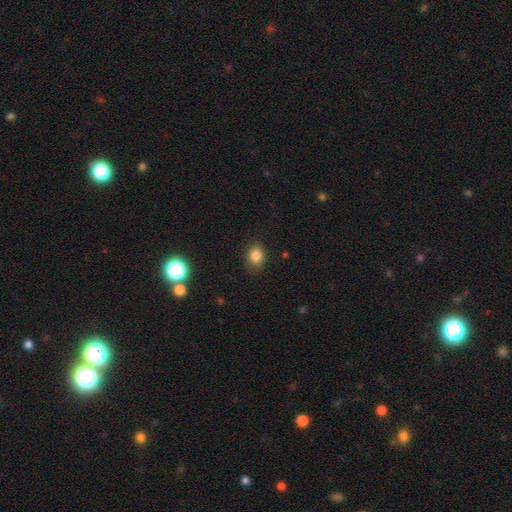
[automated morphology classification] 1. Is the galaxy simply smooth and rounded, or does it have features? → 82% smooth, 12% star or artifact, 6% featured or disk.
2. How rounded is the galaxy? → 51% in between, 48% round, 1% cigar-shaped.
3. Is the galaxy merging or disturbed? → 83% none, 12% minor disturbance, 3% major disturbance, 1% merger.